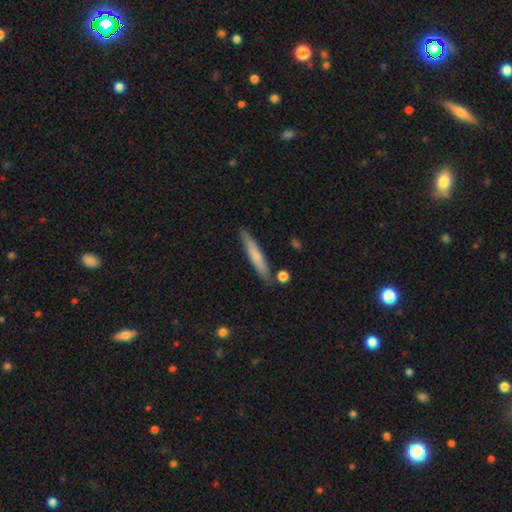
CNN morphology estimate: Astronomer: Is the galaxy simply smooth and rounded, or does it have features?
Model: smooth — 68%.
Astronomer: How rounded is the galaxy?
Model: cigar-shaped — 94%.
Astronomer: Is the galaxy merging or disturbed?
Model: none — 84%.